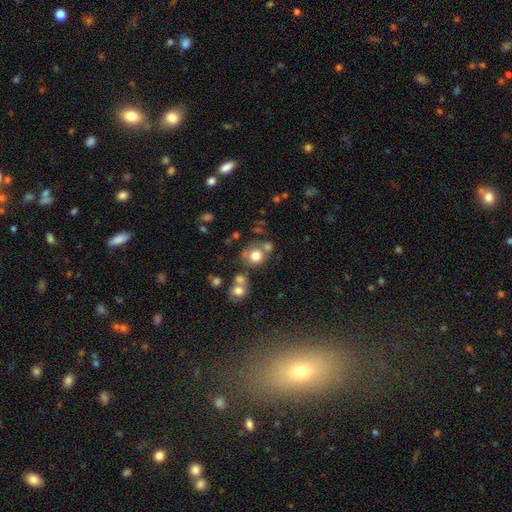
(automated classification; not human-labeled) Smooth or featured: smooth — 76% (star or artifact — 12%)
How rounded: round — 82% (in between — 17%)
Merging: none — 56% (merger — 26%)